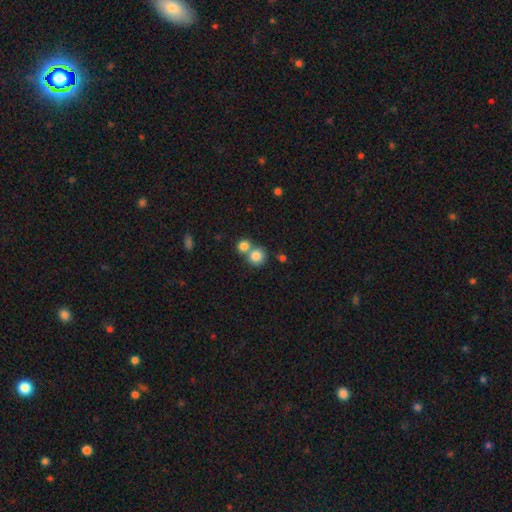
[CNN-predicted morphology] smooth-or-featured: smooth: 83% | star or artifact: 10% | featured or disk: 7%
  how-rounded: round: 87% | in between: 12% | cigar-shaped: 1%
  merging: none: 48% | merger: 43% | minor disturbance: 7% | major disturbance: 3%